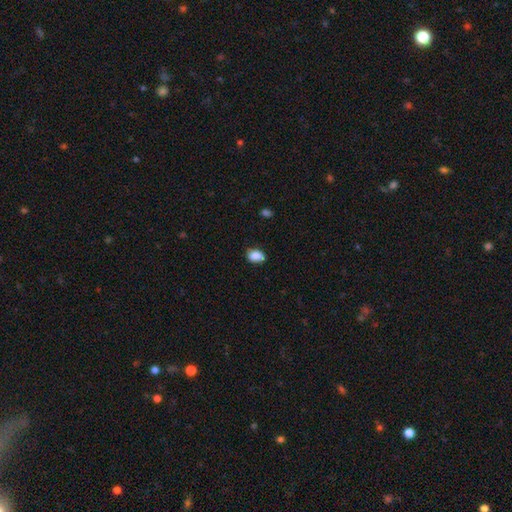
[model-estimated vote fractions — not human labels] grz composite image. It shows a smooth galaxy with no disk features (85%) that is in between round and cigar-shaped (81%). Merging: none (63%).